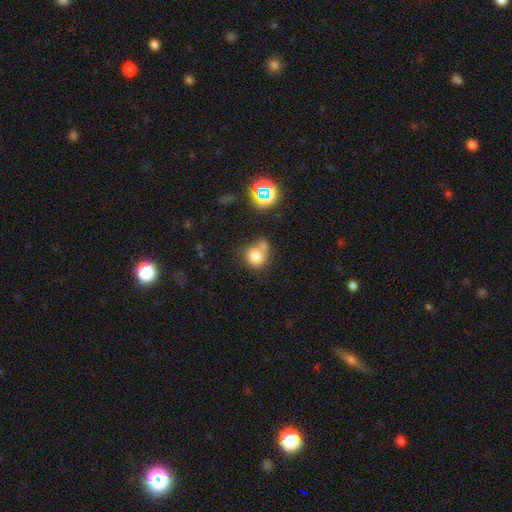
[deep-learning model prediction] Overall: smooth (76%). How rounded: round (69%; in between 30%). Merging: merger (39%; none 37%).